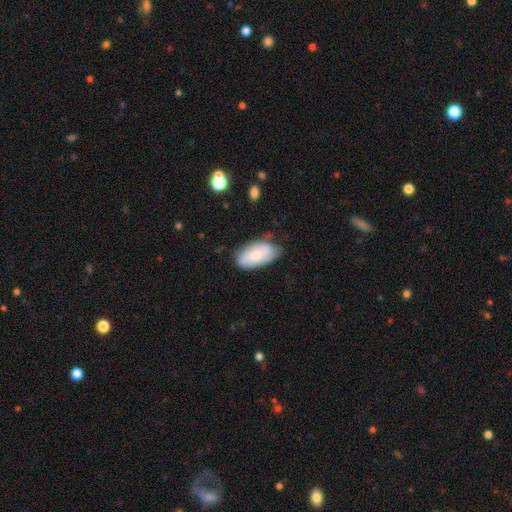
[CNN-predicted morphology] This appears to be a smooth galaxy with no disk features (64%) that is in between round and cigar-shaped (94%). Merging: none (65%).